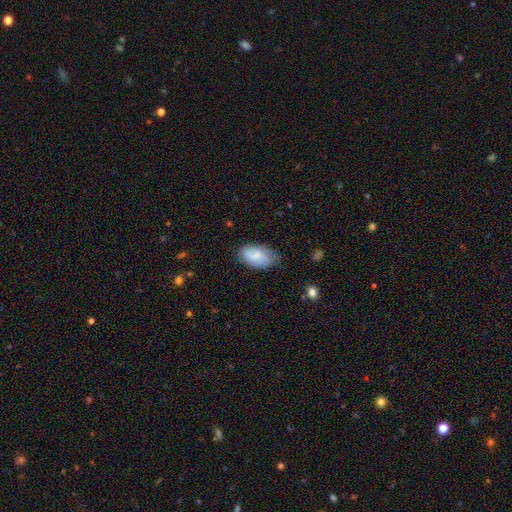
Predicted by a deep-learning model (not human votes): A smooth galaxy with no disk features (66%) that is in between round and cigar-shaped (93%).

Vote fractions:
- Smooth or featured? smooth: 66% / featured or disk: 26% / star or artifact: 7%
- How rounded? in between: 93% / round: 5% / cigar-shaped: 2%
- Merging? none: 64% / minor disturbance: 28% / major disturbance: 6% / merger: 2%